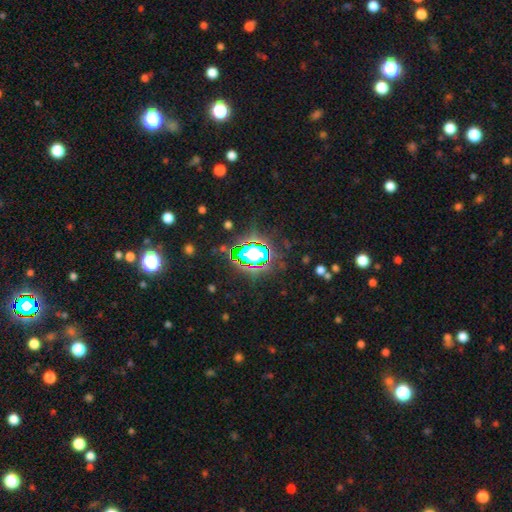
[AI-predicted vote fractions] Q: Smooth or featured?
A: star or artifact (67%); runner-up: smooth (20%)